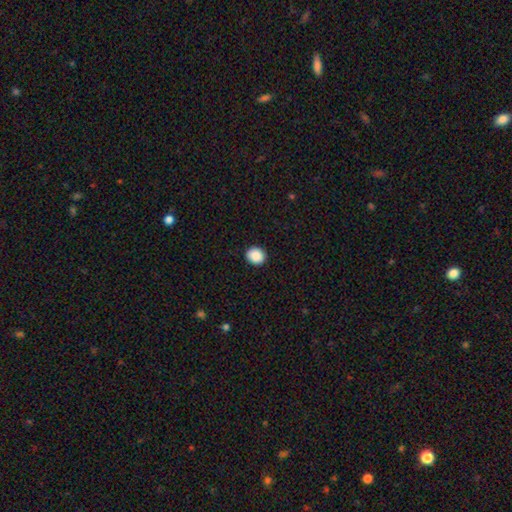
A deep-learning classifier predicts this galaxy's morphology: Smooth or featured: smooth — 89% (star or artifact — 8%)
How rounded: round — 75% (in between — 24%)
Merging: none — 91% (minor disturbance — 7%)